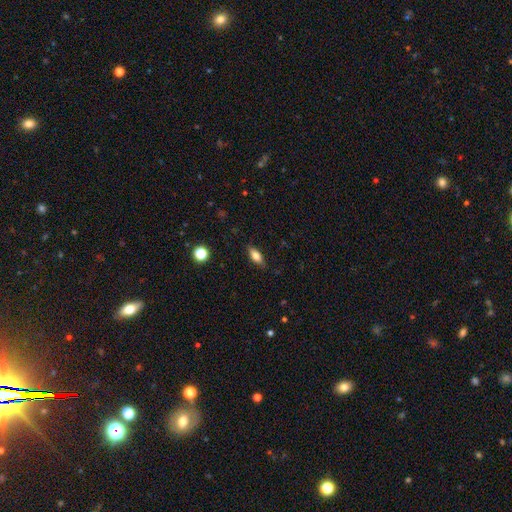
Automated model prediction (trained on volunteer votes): A smooth galaxy with no disk features (76%) that is in between round and cigar-shaped (78%).

Vote fractions:
- Smooth or featured? smooth: 76% / featured or disk: 16% / star or artifact: 8%
- How rounded? in between: 78% / cigar-shaped: 18% / round: 4%
- Merging? none: 84% / minor disturbance: 12% / major disturbance: 3% / merger: 1%